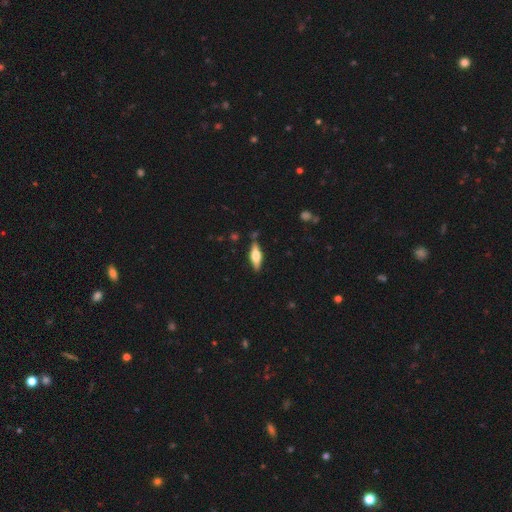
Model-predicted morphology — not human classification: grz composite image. It shows a featured or disk galaxy (51%) viewed edge-on (92%). Merging: none (84%).